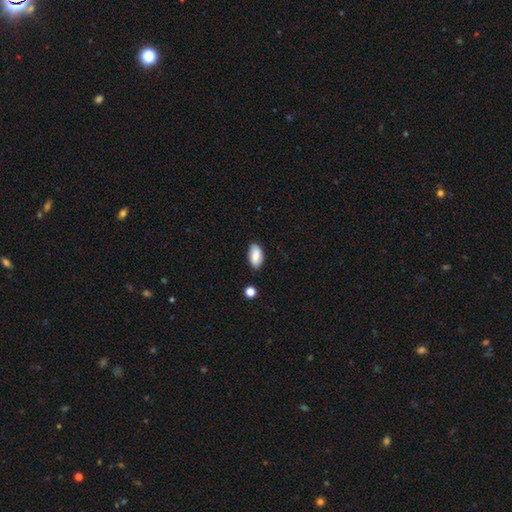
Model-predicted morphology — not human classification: The model was most divided on "merging": none: 81%, minor disturbance: 14%, major disturbance: 3%, merger: 2%. More confident: how rounded — in between (93%); smooth or featured — smooth (83%).